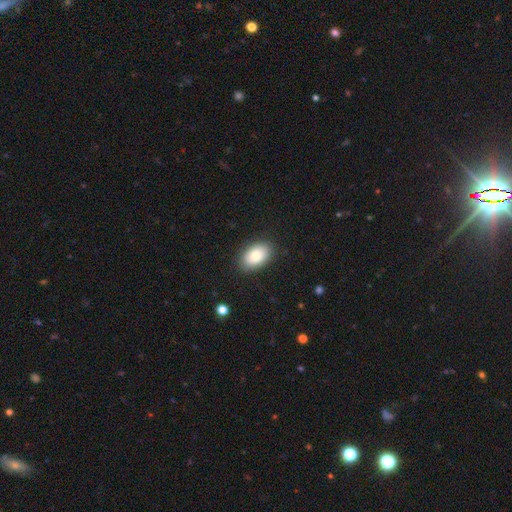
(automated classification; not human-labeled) Morphology: type=smooth (82%); roundness=in between (90%); merging=none (87%).